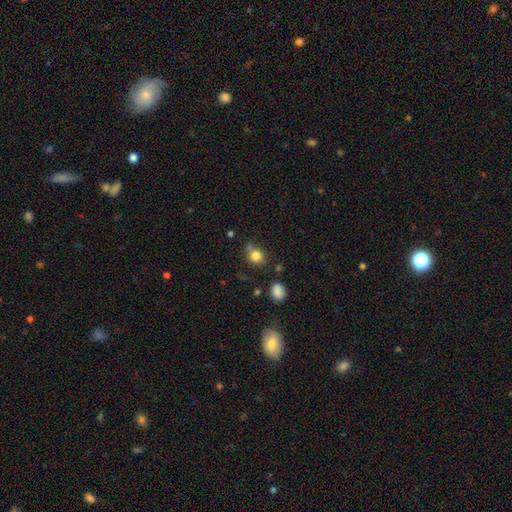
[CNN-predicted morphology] Smooth or featured: smooth — 82% (star or artifact — 11%)
How rounded: round — 67% (in between — 32%)
Merging: none — 67% (minor disturbance — 19%)